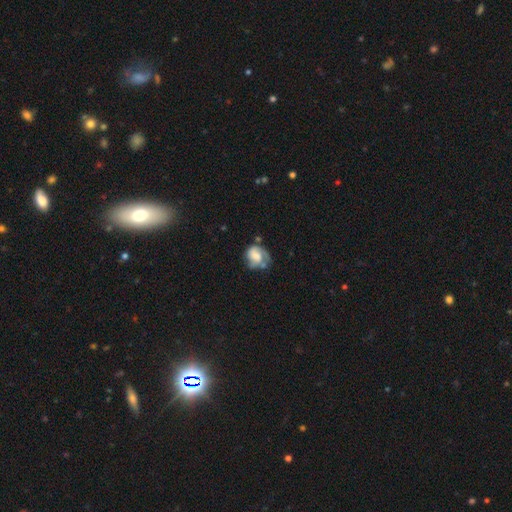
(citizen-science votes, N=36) Q: Smooth or featured?
A: featured or disk (56%); runner-up: smooth (44%)
Q: Edge-on disk?
A: no (100%)
Q: Bar?
A: no (60%); runner-up: weak (35%)
Q: Spiral arms?
A: yes (85%); runner-up: no (15%)
Q: Spiral winding?
A: tight (41%); tied with: medium (41%)
Q: Spiral arm count?
A: 2 (47%); runner-up: can't tell (29%)
Q: Bulge size?
A: large (40%); runner-up: moderate (25%)
Q: Merging?
A: none (42%); runner-up: minor disturbance (36%)